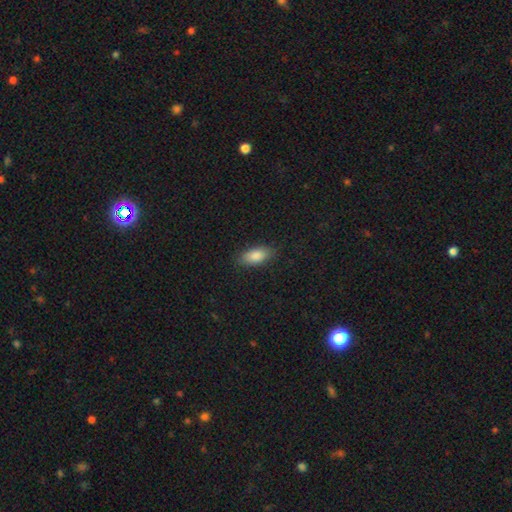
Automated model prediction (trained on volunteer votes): Smooth or featured: smooth — 84% (star or artifact — 8%)
How rounded: in between — 87% (cigar-shaped — 10%)
Merging: none — 86% (minor disturbance — 10%)